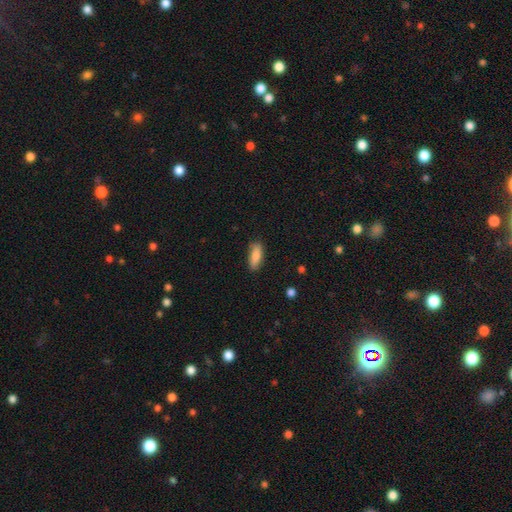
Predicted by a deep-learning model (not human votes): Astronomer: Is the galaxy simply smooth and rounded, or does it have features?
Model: smooth — 84%.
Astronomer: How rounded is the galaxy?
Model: in between — 66%.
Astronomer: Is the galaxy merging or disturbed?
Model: none — 80%.